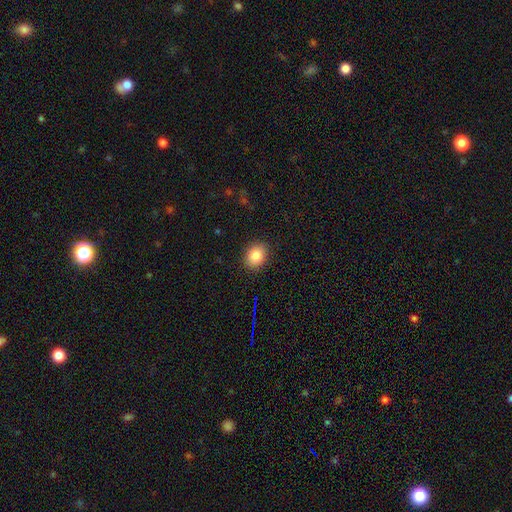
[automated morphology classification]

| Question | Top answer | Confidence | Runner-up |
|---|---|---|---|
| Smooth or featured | smooth | 84% | star or artifact (9%) |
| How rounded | round | 50% | in between (49%) |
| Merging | none | 89% | minor disturbance (8%) |